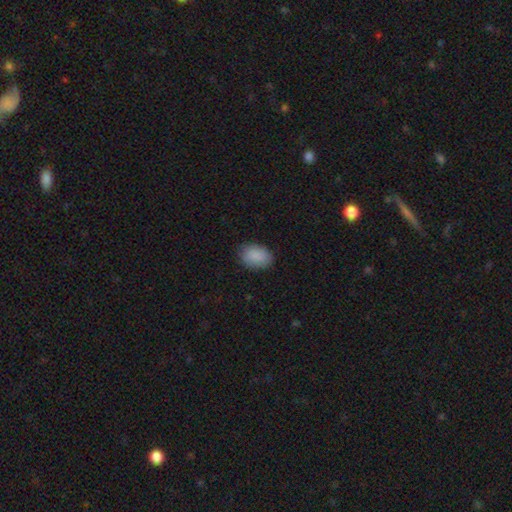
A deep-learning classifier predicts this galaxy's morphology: smooth 89%, star or artifact 6%, featured or disk 5%. Down the decision tree: how rounded — in between (82%); merging — none (83%).